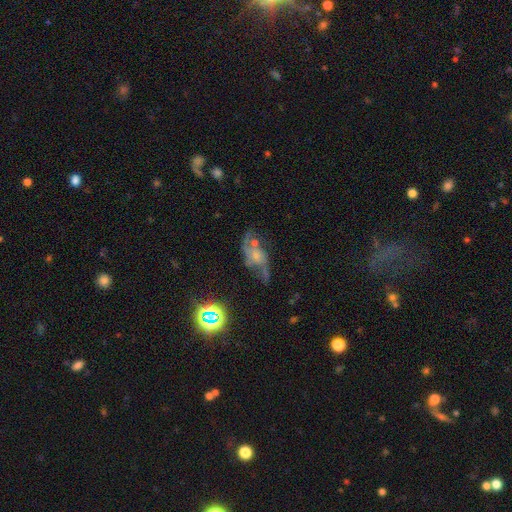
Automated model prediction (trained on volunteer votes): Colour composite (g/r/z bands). It shows a featured or disk galaxy (65%) with no bar (71%), spiral arms (79%) and a small central bulge (44%). Merging: none (43%).